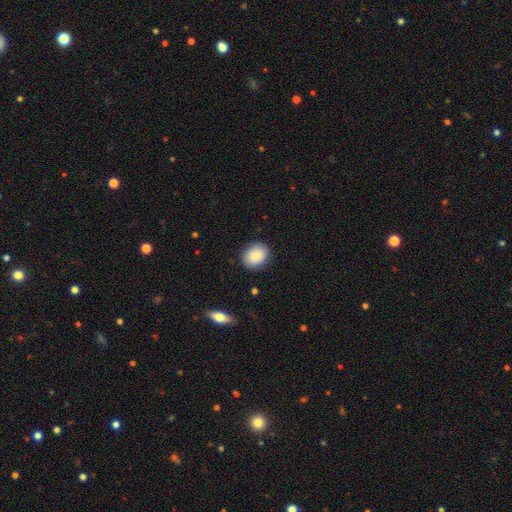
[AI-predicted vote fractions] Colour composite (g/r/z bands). It shows a smooth galaxy with no disk features (86%) that is in between round and cigar-shaped (51%). Merging: none (86%).